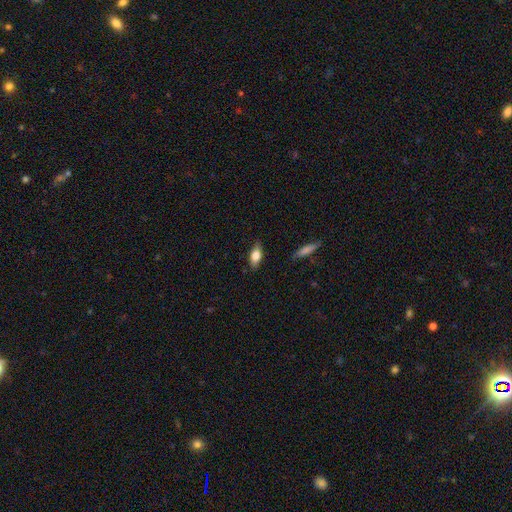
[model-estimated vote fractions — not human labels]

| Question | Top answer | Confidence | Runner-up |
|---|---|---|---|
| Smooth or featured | smooth | 74% | featured or disk (19%) |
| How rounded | in between | 82% | cigar-shaped (14%) |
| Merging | none | 81% | minor disturbance (15%) |